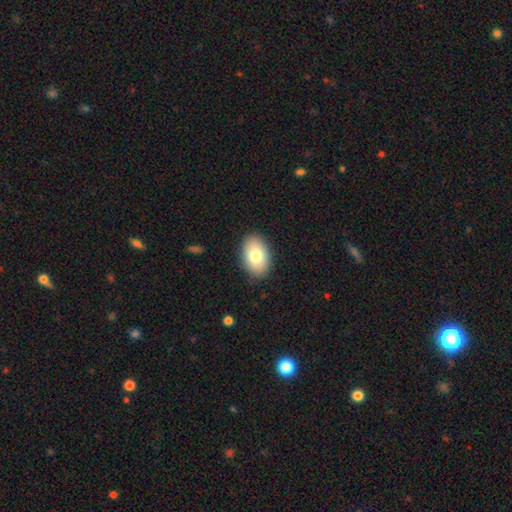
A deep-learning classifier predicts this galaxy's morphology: A smooth galaxy with no disk features (78%) that is in between round and cigar-shaped (88%). Merging: none (88%).